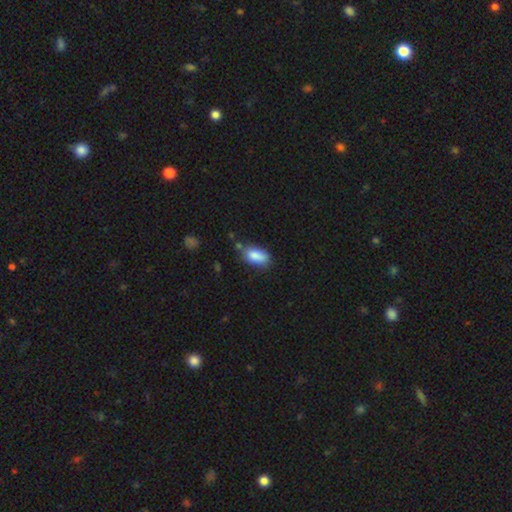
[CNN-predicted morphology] The model was most divided on "merging": none: 64%, minor disturbance: 25%, merger: 6%, major disturbance: 5%. More confident: how rounded — in between (89%); smooth or featured — smooth (86%).